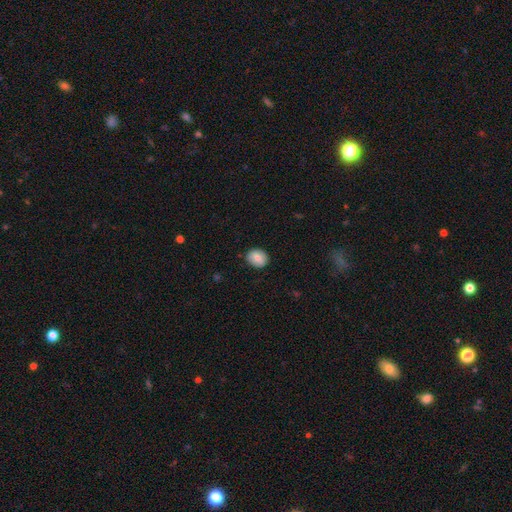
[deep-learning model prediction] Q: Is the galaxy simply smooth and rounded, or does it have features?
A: smooth — 85%.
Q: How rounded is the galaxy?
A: round — 52%.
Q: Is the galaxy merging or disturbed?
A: none — 86%.